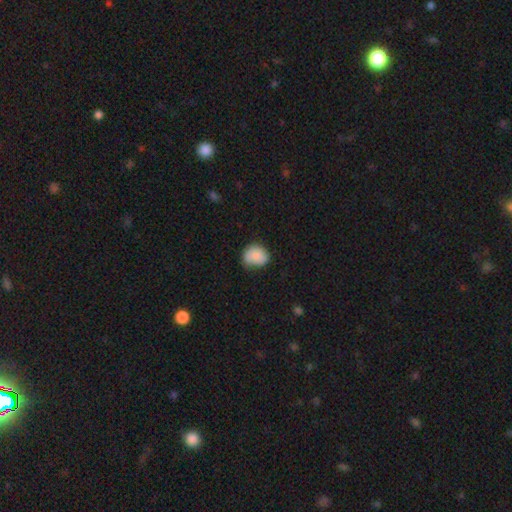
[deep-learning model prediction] smooth-or-featured: smooth: 83% | featured or disk: 9% | star or artifact: 8%
  how-rounded: round: 59% | in between: 40% | cigar-shaped: 1%
  merging: none: 61% | minor disturbance: 31% | major disturbance: 6% | merger: 2%